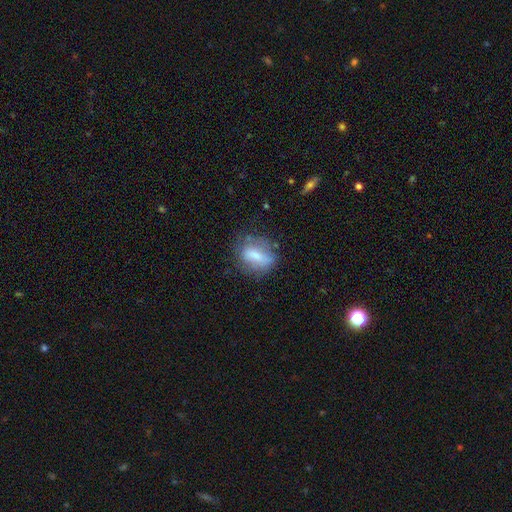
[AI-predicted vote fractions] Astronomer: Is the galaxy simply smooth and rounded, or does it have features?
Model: smooth — 62%.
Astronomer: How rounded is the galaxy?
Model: in between — 66%.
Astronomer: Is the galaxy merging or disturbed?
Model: none — 59%.